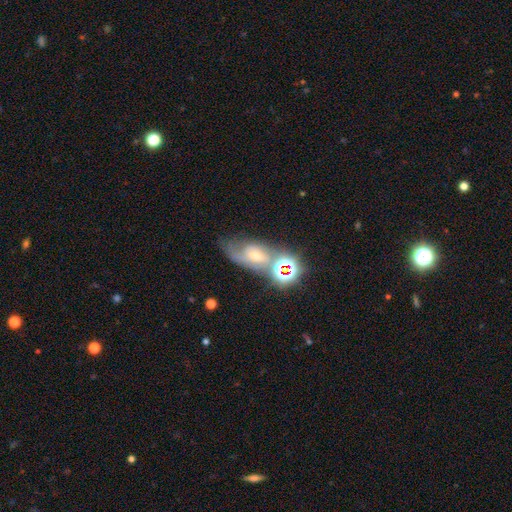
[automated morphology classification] Smooth or featured: featured or disk — 51% (star or artifact — 28%)
Edge-on disk: no — 92% (yes — 8%)
Merging: none — 44% (minor disturbance — 21%)